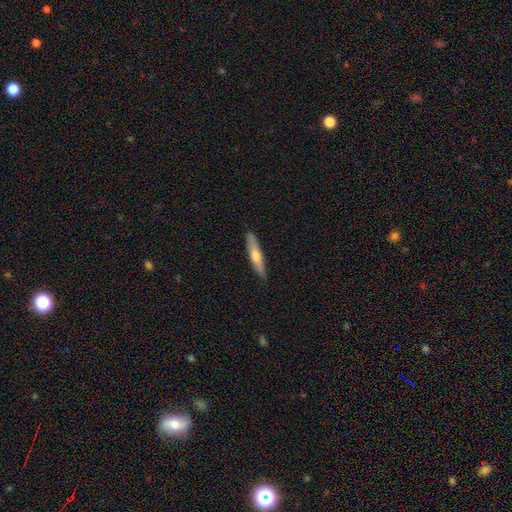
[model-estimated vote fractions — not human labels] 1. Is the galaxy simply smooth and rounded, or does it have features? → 56% smooth, 39% featured or disk, 6% star or artifact.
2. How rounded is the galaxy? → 87% cigar-shaped, 12% in between, 2% round.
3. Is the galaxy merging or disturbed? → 87% none, 10% minor disturbance, 2% major disturbance, 1% merger.